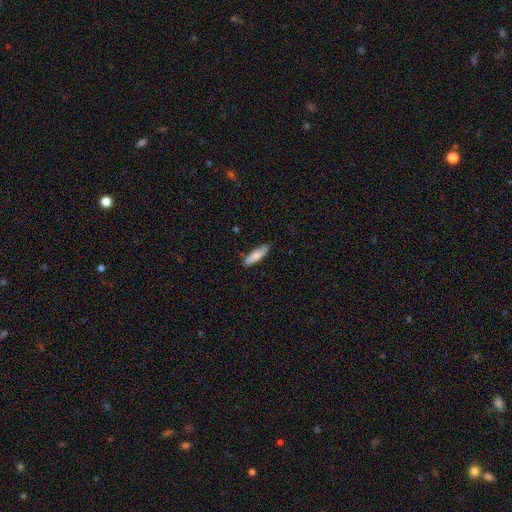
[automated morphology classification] Q: Smooth or featured?
A: smooth (81%); runner-up: featured or disk (13%)
Q: How rounded?
A: cigar-shaped (58%); runner-up: in between (40%)
Q: Merging?
A: none (83%); runner-up: minor disturbance (14%)